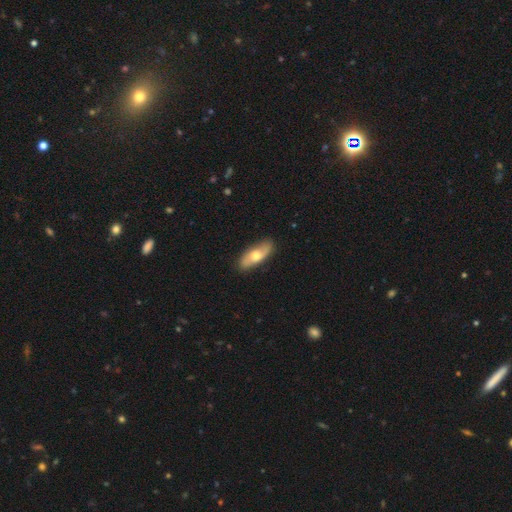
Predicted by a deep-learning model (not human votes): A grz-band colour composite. It shows a smooth galaxy with no disk features (52%) that is in between round and cigar-shaped (70%). Merging: none (84%).